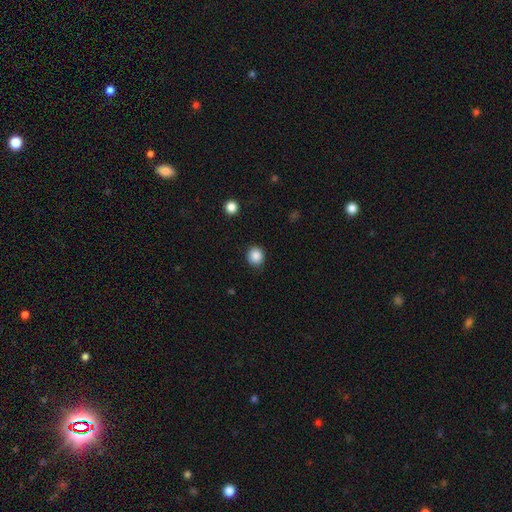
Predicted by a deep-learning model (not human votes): Q: Smooth or featured?
A: smooth (87%); runner-up: star or artifact (10%)
Q: How rounded?
A: round (87%); runner-up: in between (13%)
Q: Merging?
A: none (88%); runner-up: minor disturbance (9%)